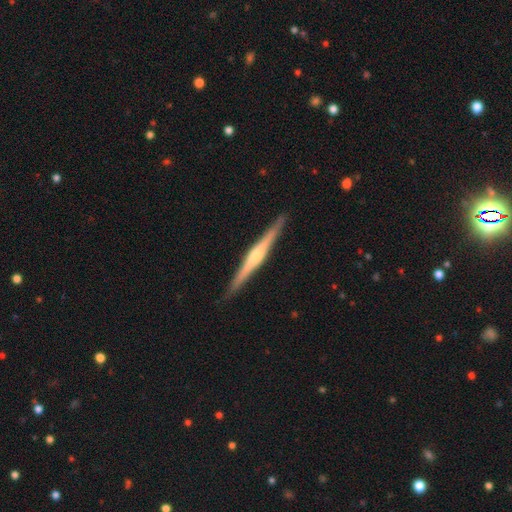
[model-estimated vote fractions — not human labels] Smooth or featured?
  - featured or disk: 78% *
  - smooth: 17%
  - star or artifact: 5%
Edge-on disk?
  - yes: 98% *
  - no: 2%
Edge-on bulge?
  - rounded: 80% *
  - none: 10%
  - boxy: 10%
Merging?
  - none: 91% *
  - minor disturbance: 6%
  - major disturbance: 1%
  - merger: 1%